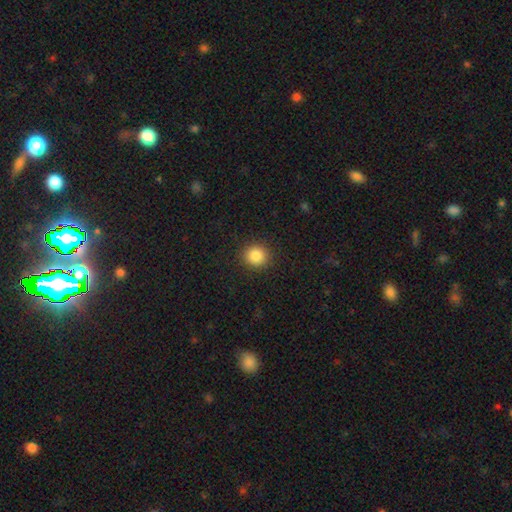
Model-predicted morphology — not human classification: type=smooth (86%); roundness=round (89%); merging=none (91%).